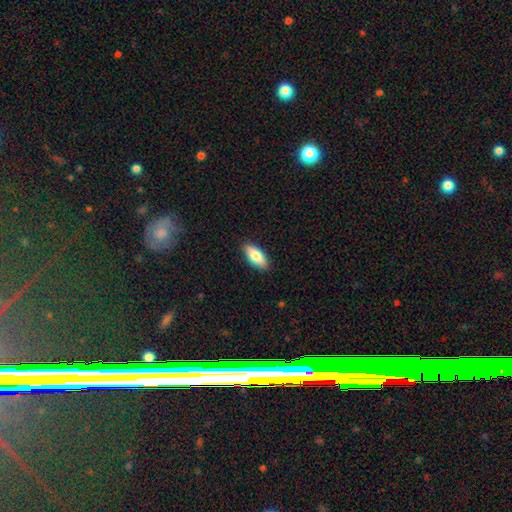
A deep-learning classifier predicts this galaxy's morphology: smooth-or-featured: smooth: 77% | featured or disk: 16% | star or artifact: 6%
  how-rounded: in between: 82% | cigar-shaped: 15% | round: 2%
  merging: none: 89% | minor disturbance: 8% | major disturbance: 2% | merger: 1%